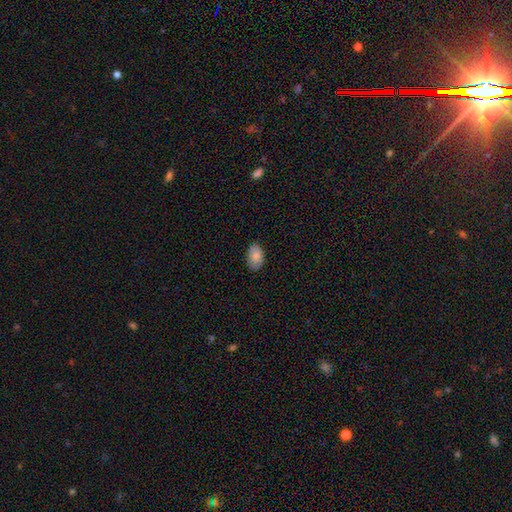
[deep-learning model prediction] Overall: smooth (84%). How rounded: in between (91%). Merging: none (82%).